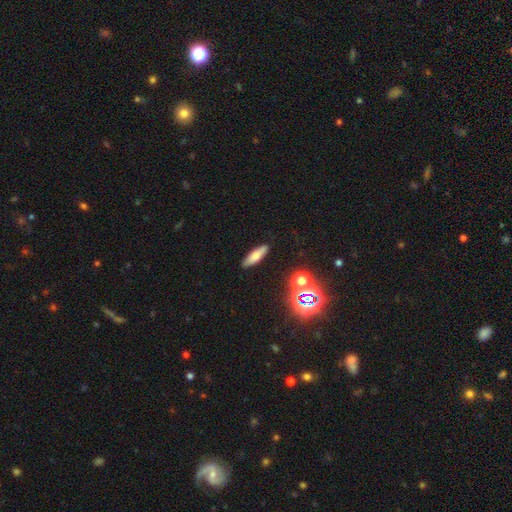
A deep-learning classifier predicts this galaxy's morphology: Smooth or featured: smooth — 65% (featured or disk — 22%)
How rounded: cigar-shaped — 58% (in between — 39%)
Merging: none — 88% (minor disturbance — 8%)